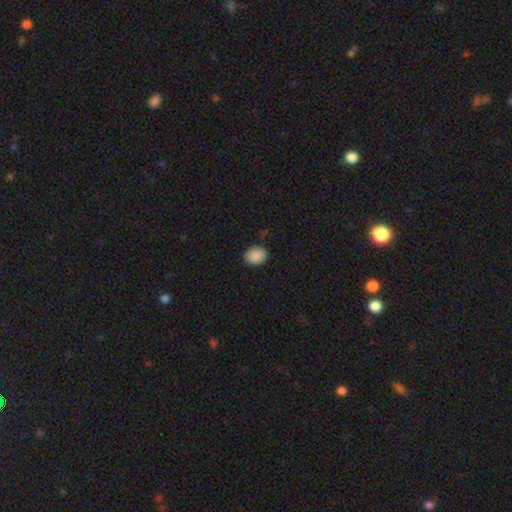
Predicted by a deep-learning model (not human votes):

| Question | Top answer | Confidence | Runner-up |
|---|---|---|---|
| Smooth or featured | smooth | 90% | star or artifact (8%) |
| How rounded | in between | 57% | round (42%) |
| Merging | none | 88% | minor disturbance (9%) |